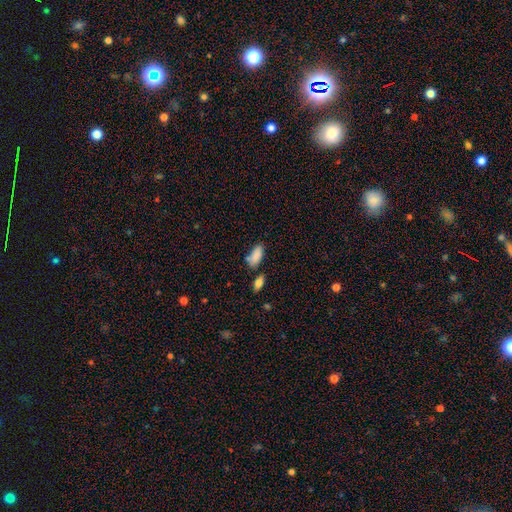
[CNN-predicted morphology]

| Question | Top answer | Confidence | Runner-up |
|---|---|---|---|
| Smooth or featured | smooth | 86% | star or artifact (7%) |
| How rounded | in between | 87% | cigar-shaped (11%) |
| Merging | none | 58% | minor disturbance (22%) |